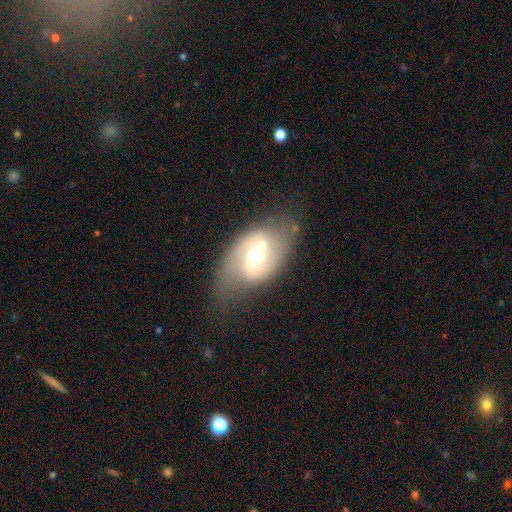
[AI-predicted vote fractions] Morphology: type=featured or disk (76%); edge-on=no (96%); bar=weak (46%); spiral arms=yes (85%); winding=medium (44%); arm count=2 (86%); bulge=moderate (70%); merging=none (60%).